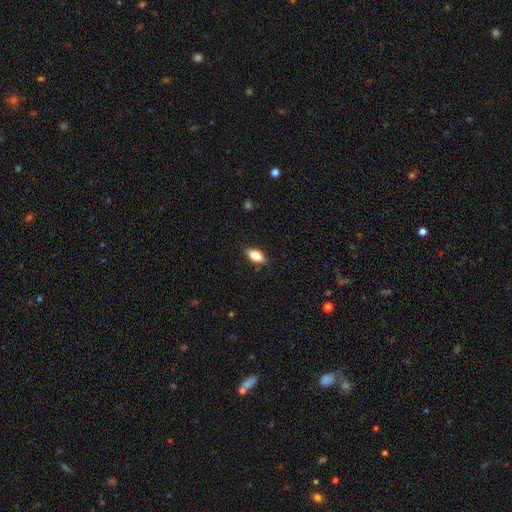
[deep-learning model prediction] A smooth galaxy with no disk features (80%) that is in between round and cigar-shaped (87%). Merging: none (84%).